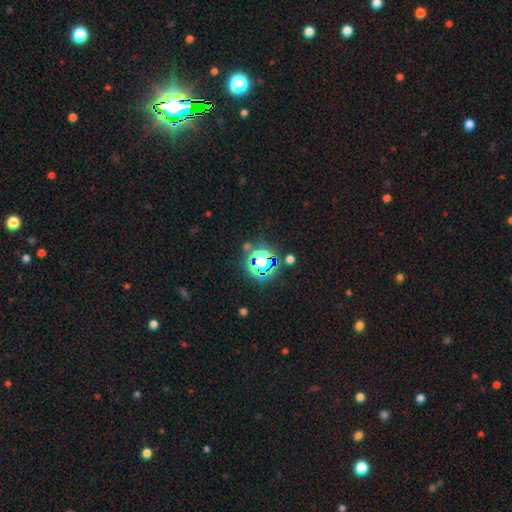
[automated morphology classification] Q: Smooth or featured?
A: star or artifact (75%); runner-up: smooth (18%)